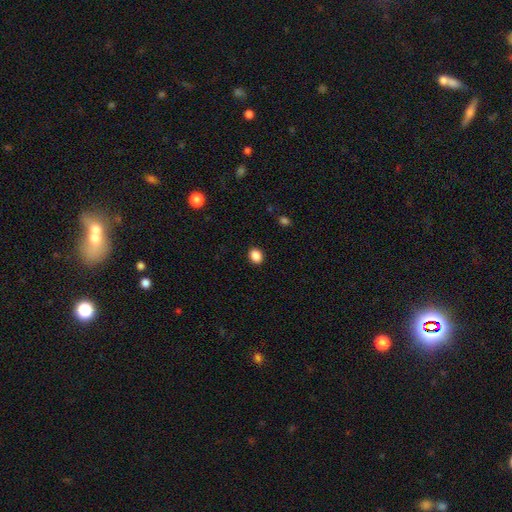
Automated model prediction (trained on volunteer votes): Morphology: type=smooth (87%); roundness=round (51%); merging=none (91%).